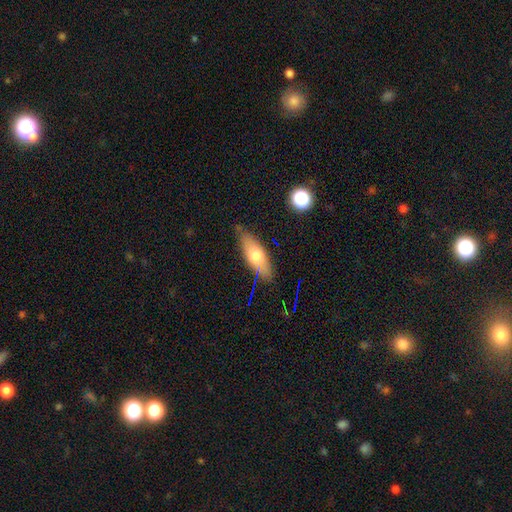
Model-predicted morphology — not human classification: Smooth or featured? smooth (62%)
How rounded? in between (65%)
Merging? none (77%)